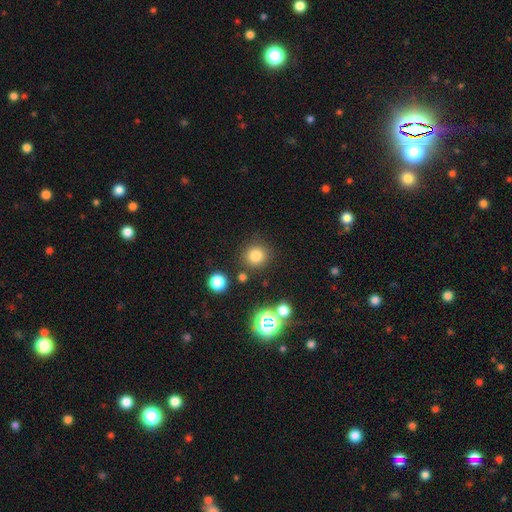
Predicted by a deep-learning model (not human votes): smooth 78%, star or artifact 16%, featured or disk 6%. Down the decision tree: how rounded — round (91%); merging — none (83%).